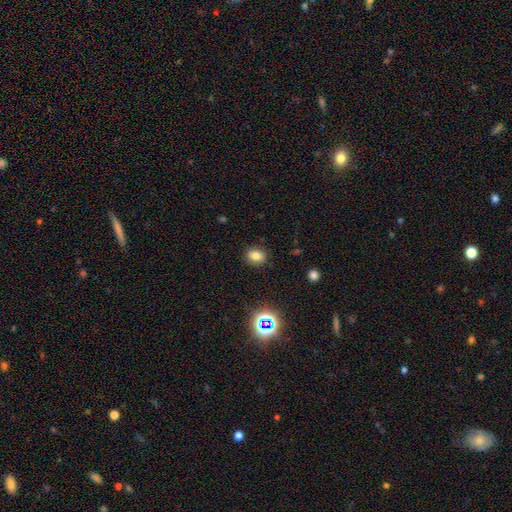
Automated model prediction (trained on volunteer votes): Smooth or featured: smooth — 77% (star or artifact — 16%)
How rounded: in between — 53% (round — 46%)
Merging: none — 87% (minor disturbance — 9%)